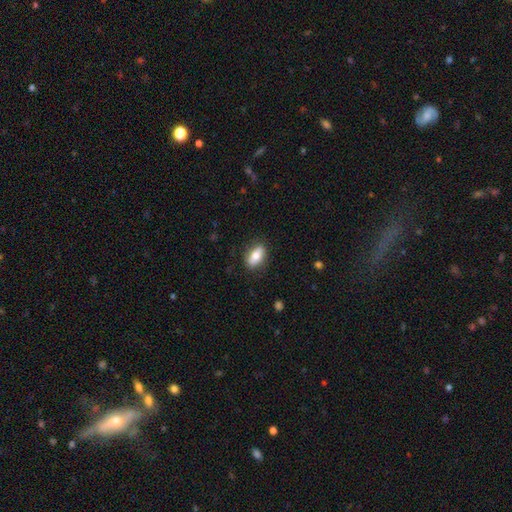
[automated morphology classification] A smooth galaxy with no disk features (71%) that is in between round and cigar-shaped (84%). Merging: none (84%).